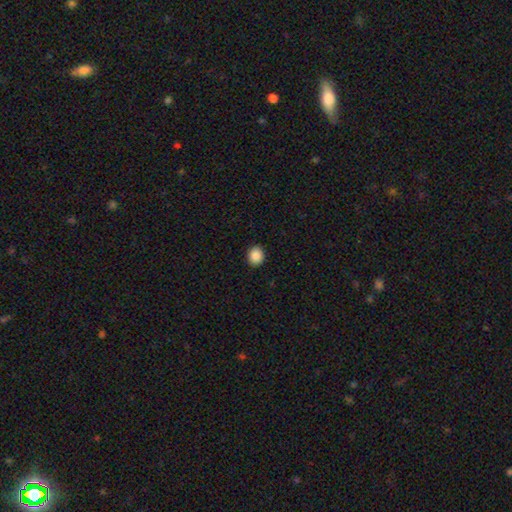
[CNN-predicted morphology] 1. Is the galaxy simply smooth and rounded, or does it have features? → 88% smooth, 8% star or artifact, 3% featured or disk.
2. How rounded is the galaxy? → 68% round, 32% in between, 1% cigar-shaped.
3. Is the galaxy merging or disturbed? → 92% none, 6% minor disturbance, 2% major disturbance, 1% merger.